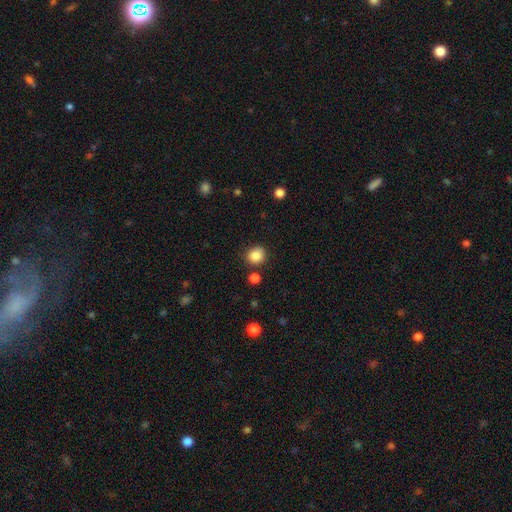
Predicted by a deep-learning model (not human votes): Morphology: type=smooth (86%); roundness=round (79%); merging=none (81%).